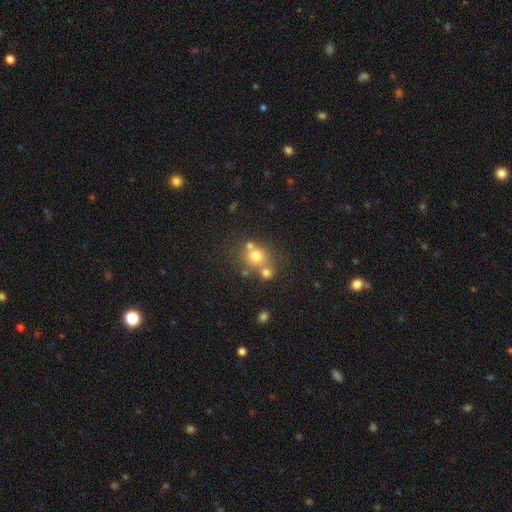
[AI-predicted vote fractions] Smooth or featured: smooth — 68% (star or artifact — 17%)
How rounded: round — 81% (in between — 18%)
Merging: none — 53% (merger — 33%)